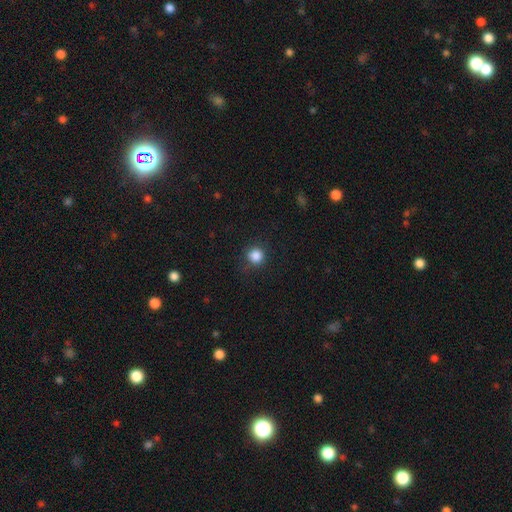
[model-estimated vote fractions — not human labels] A smooth galaxy with no disk features (86%) that is round (91%).

Vote fractions:
- Smooth or featured? smooth: 86% / star or artifact: 11% / featured or disk: 4%
- How rounded? round: 91% / in between: 8% / cigar-shaped: 1%
- Merging? none: 83% / minor disturbance: 12% / major disturbance: 4% / merger: 1%